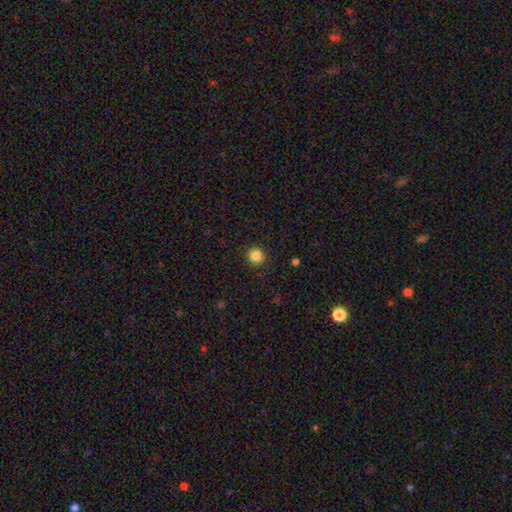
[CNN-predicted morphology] Overall: smooth (85%). How rounded: round (92%). Merging: none (91%).